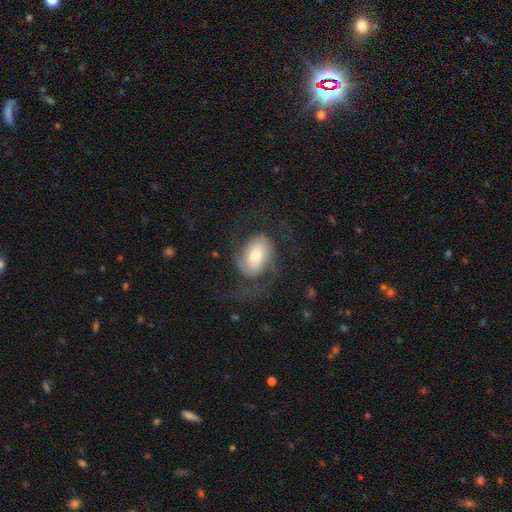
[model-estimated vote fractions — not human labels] smooth_or_featured: featured or disk (p=0.74) [alt: smooth p=0.20]
disk_edge_on: no (p=0.97) [alt: yes p=0.03]
bar: no (p=0.54) [alt: weak p=0.33]
has_spiral_arms: yes (p=0.92) [alt: no p=0.08]
spiral_winding: medium (p=0.45) [alt: loose p=0.32]
spiral_arm_count: 2 (p=0.78) [alt: can't tell p=0.09]
bulge_size: moderate (p=0.51) [alt: large p=0.23]
merging: none (p=0.57) [alt: major disturbance p=0.25]